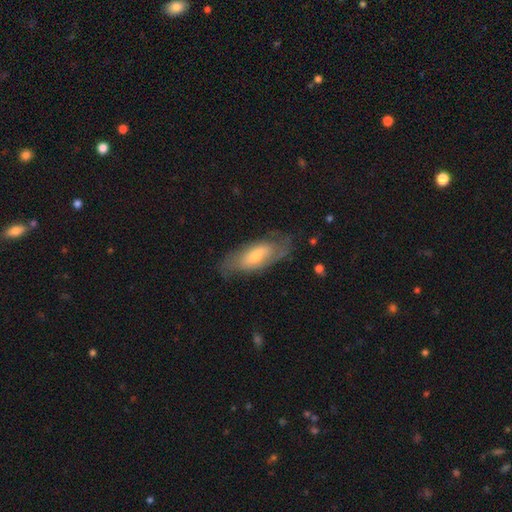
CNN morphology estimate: A featured or disk galaxy (57%).

Vote fractions:
- Smooth or featured? featured or disk: 57% / smooth: 37% / star or artifact: 6%
- Edge-on disk? no: 85% / yes: 15%
- Merging? none: 69% / minor disturbance: 21% / major disturbance: 9% / merger: 1%